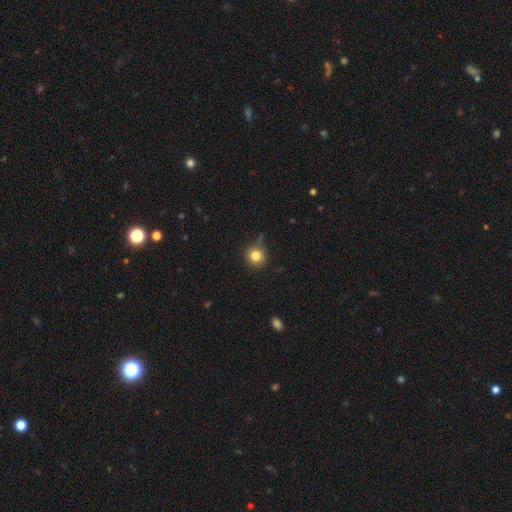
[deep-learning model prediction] Smooth or featured?
  - smooth: 81% *
  - star or artifact: 12%
  - featured or disk: 7%
How rounded?
  - round: 93% *
  - in between: 6%
  - cigar-shaped: 1%
Merging?
  - none: 77% *
  - minor disturbance: 16%
  - major disturbance: 4%
  - merger: 3%